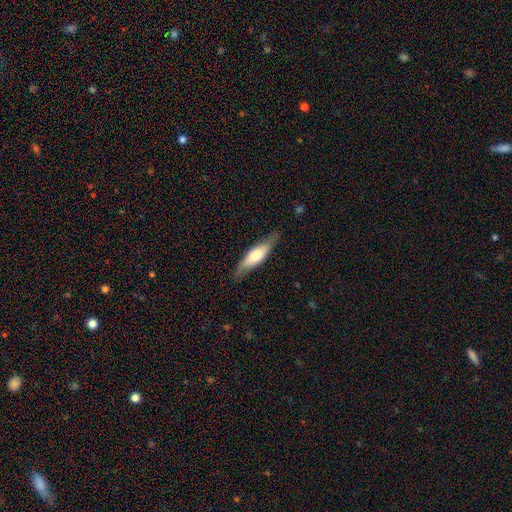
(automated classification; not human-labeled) This appears to be a smooth galaxy with no disk features (55%) that is cigar-shaped (61%). Merging: none (83%).